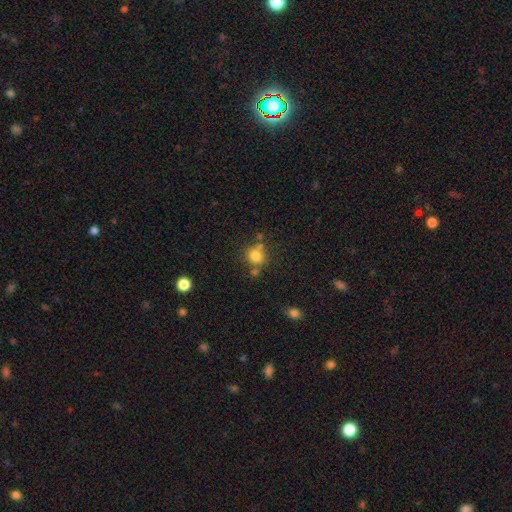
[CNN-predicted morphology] This appears to be a smooth galaxy with no disk features (79%) that is round (83%). Merging: none (64%).